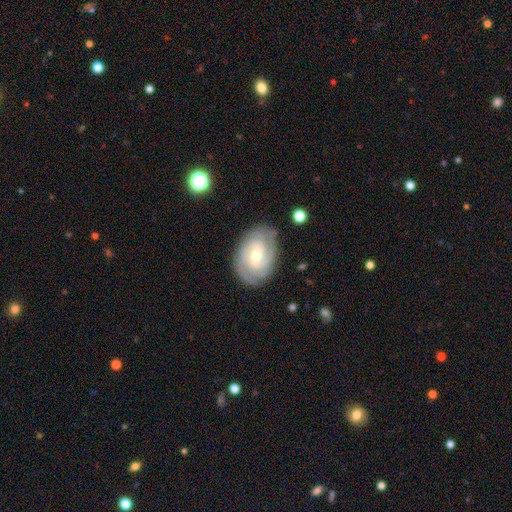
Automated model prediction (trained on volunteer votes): The model was most divided on "bulge size": moderate: 51%, small: 46%, large: 2%, none: 1%, dominant: 1%. Remaining: edge-on disk — no (97%); spiral arms — yes (96%); smooth or featured — featured or disk (83%); merging — none (79%); spiral winding — tight (70%); bar — no (55%); spiral arm count — 3 (32%).